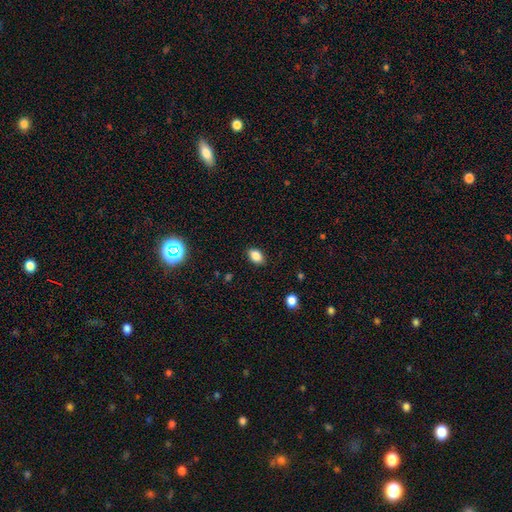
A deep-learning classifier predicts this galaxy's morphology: This is clearly a smooth galaxy (86%). How rounded: clearly in between (85%). Merging: clearly none (87%).